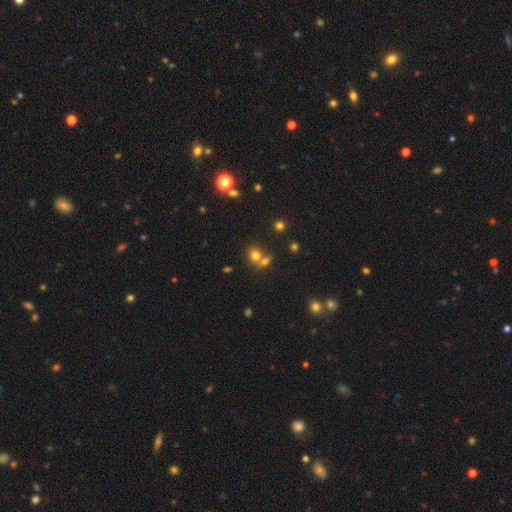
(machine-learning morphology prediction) smooth-or-featured: smooth: 72% | star or artifact: 17% | featured or disk: 11%
  how-rounded: round: 72% | in between: 27% | cigar-shaped: 1%
  merging: merger: 44% (tied) | none: 44% (tied) | minor disturbance: 8% | major disturbance: 3%